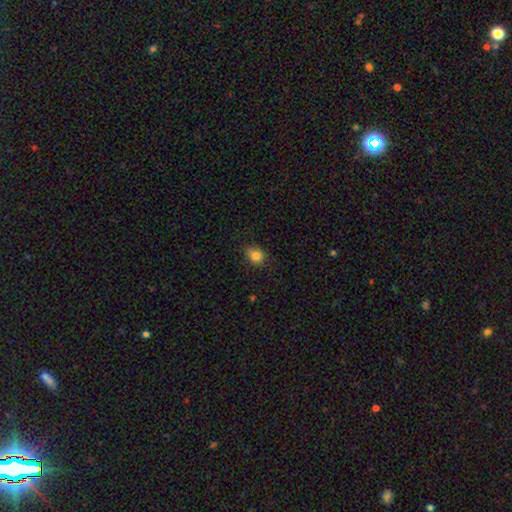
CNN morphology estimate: Smooth or featured: smooth — 83% (star or artifact — 11%)
How rounded: round — 61% (in between — 38%)
Merging: none — 82% (minor disturbance — 14%)